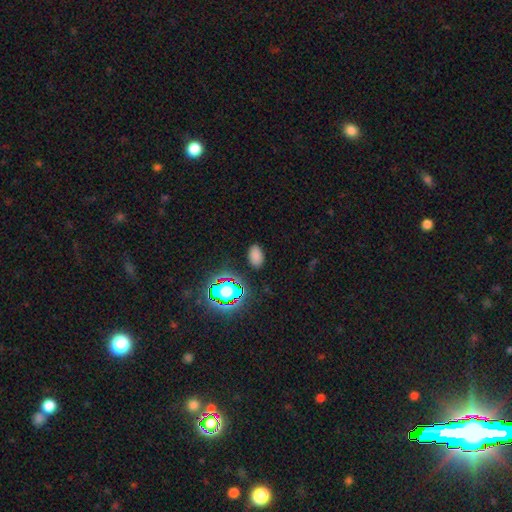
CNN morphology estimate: smooth-or-featured: smooth: 74% | star or artifact: 20% | featured or disk: 6%
  how-rounded: in between: 91% | round: 8% | cigar-shaped: 2%
  merging: none: 86% | minor disturbance: 10% | major disturbance: 3% | merger: 2%